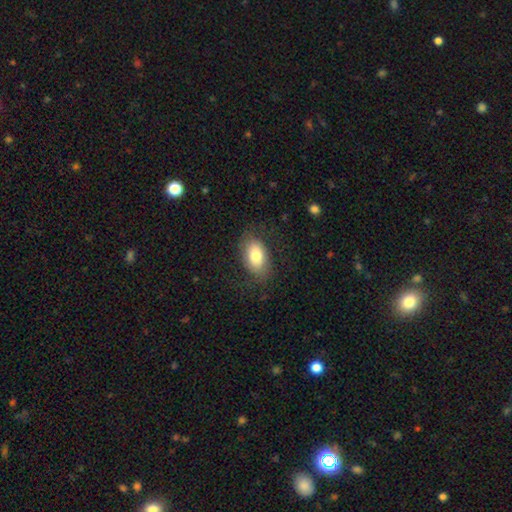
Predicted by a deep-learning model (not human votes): Smooth or featured?
  - smooth: 78% *
  - featured or disk: 15%
  - star or artifact: 7%
How rounded?
  - in between: 91% *
  - round: 7%
  - cigar-shaped: 2%
Merging?
  - none: 74% *
  - minor disturbance: 16%
  - major disturbance: 8%
  - merger: 1%